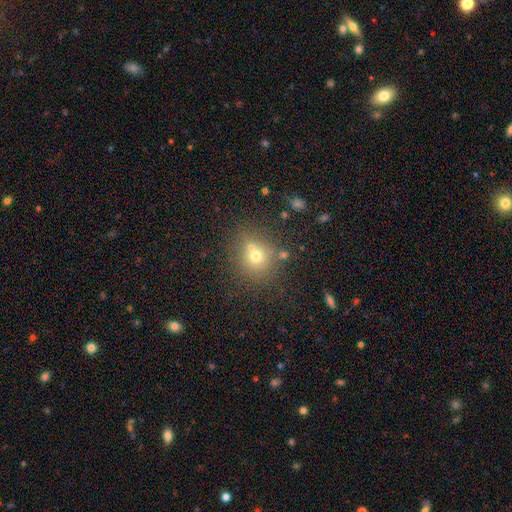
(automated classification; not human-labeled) A smooth galaxy with no disk features (66%) that is round (84%). Merging: none (60%).